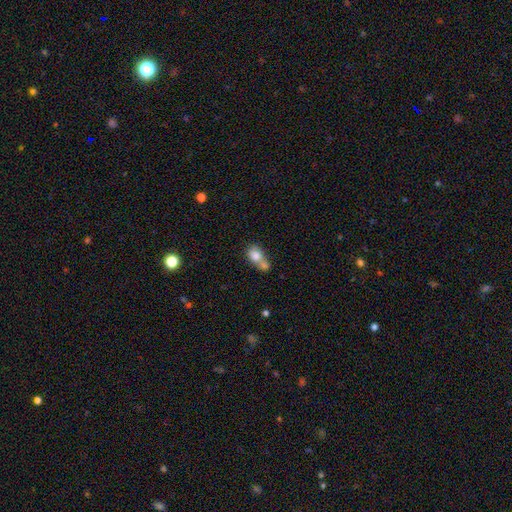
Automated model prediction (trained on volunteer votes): Morphology: type=smooth (78%); roundness=in between (54%); merging=merger (64%).